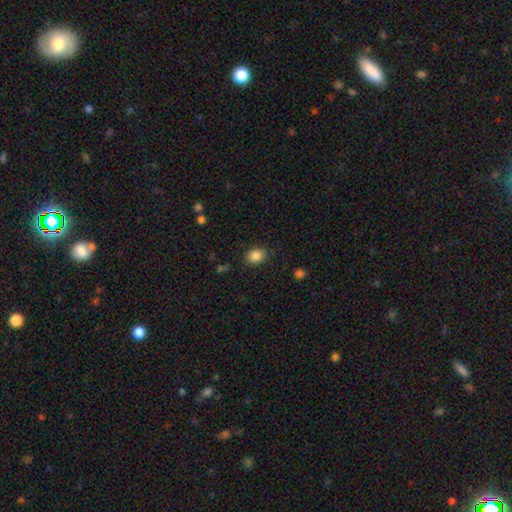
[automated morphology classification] smooth_or_featured: smooth (p=0.86) [alt: star or artifact p=0.09]
how_rounded: in between (p=0.57) [alt: round p=0.42]
merging: none (p=0.84) [alt: minor disturbance p=0.11]